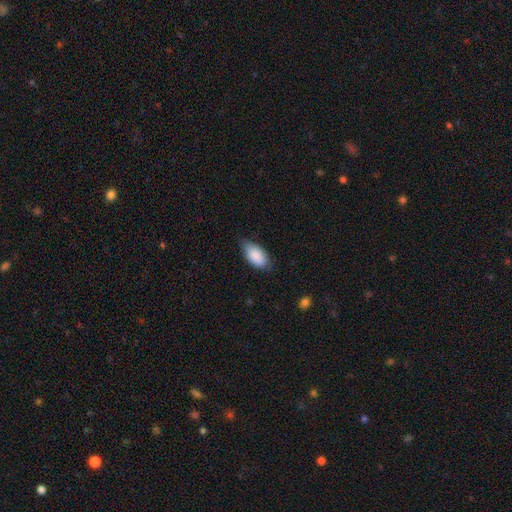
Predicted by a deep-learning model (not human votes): Overall: smooth (86%). How rounded: in between (93%). Merging: none (71%).